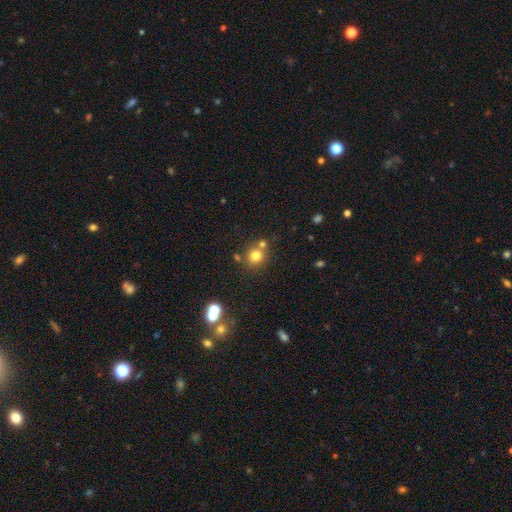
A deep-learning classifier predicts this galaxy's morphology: Smooth or featured?
  - smooth: 75% *
  - star or artifact: 16%
  - featured or disk: 9%
How rounded?
  - round: 88% *
  - in between: 11%
  - cigar-shaped: 1%
Merging?
  - none: 65% *
  - merger: 23%
  - minor disturbance: 8%
  - major disturbance: 3%